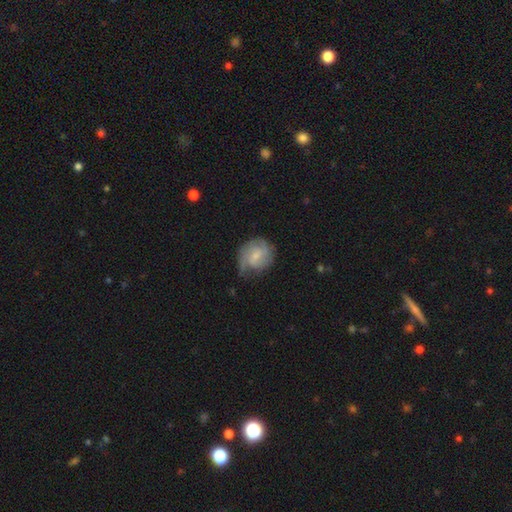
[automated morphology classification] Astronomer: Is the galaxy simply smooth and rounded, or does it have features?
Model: featured or disk — 61%.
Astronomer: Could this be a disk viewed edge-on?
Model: no — 98%.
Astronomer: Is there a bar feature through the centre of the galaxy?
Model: weak — 51% (runner-up: no, 41%).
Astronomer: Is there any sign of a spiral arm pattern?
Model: yes — 88%.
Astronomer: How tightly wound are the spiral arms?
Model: tight — 41% (runner-up: medium, 40%).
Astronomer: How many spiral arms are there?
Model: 2 — 40% (runner-up: can't tell, 28%).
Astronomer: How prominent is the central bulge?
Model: small — 61%.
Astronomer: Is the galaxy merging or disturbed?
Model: none — 53% (runner-up: minor disturbance, 31%).